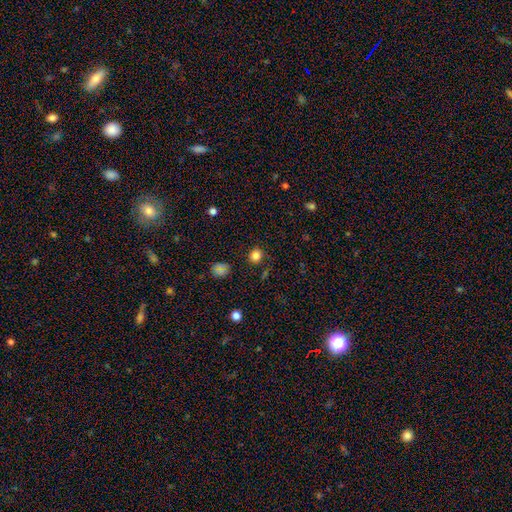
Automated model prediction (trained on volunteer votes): The model was most divided on "smooth or featured": smooth: 83%, star or artifact: 13%, featured or disk: 4%. More confident: merging — none (87%); how rounded — round (85%).